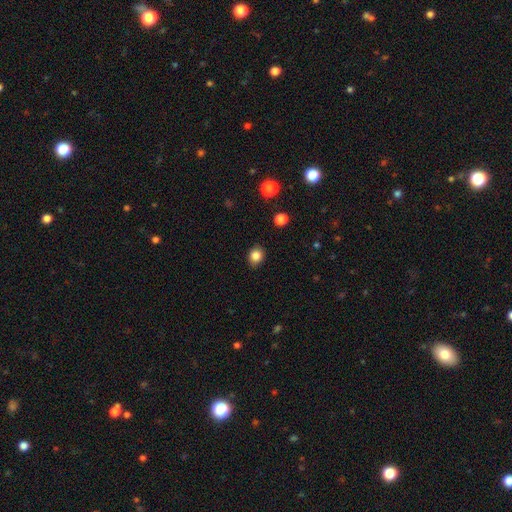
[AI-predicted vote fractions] This is clearly a smooth galaxy (85%). How rounded: likely round (64%). Merging: clearly none (87%).